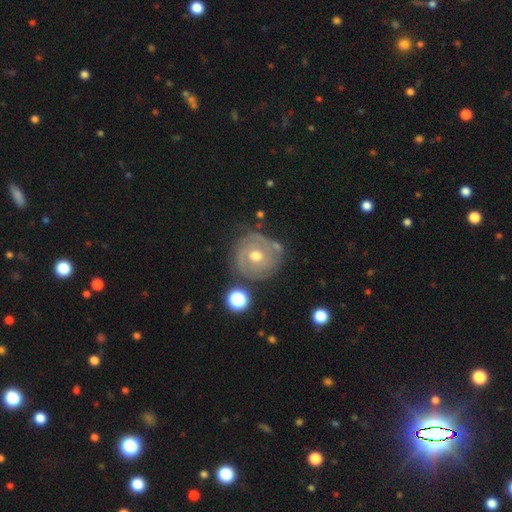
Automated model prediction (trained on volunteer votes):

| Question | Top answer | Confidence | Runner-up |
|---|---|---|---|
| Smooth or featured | featured or disk | 70% | smooth (21%) |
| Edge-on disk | no | 97% | yes (3%) |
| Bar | no | 73% | weak (21%) |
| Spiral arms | yes | 73% | no (27%) |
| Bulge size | moderate | 77% | small (16%) |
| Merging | none | 71% | minor disturbance (17%) |